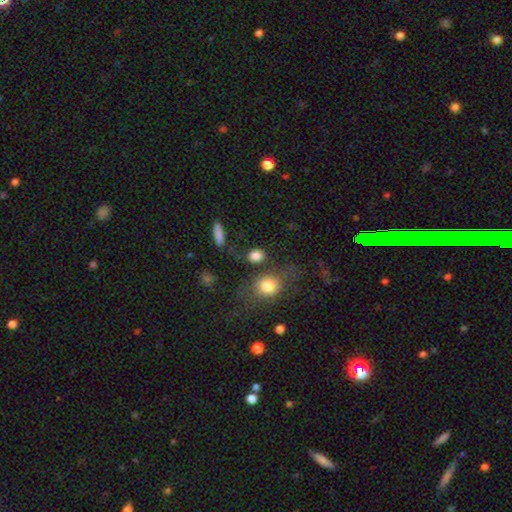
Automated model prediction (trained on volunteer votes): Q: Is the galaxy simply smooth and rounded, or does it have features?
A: smooth — 83%.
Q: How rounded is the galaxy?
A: round — 60%.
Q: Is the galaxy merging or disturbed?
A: none — 66%.